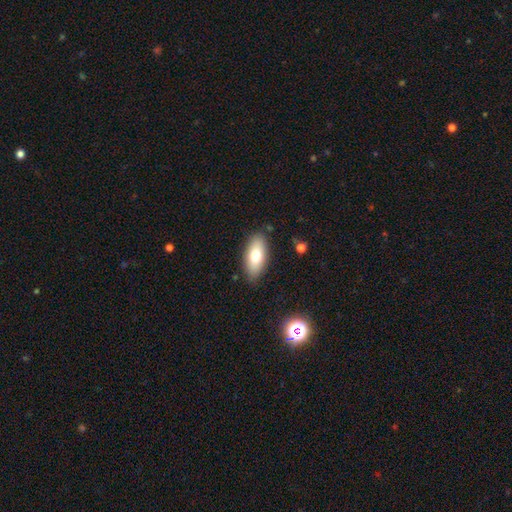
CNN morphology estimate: Smooth or featured: smooth — 74% (featured or disk — 19%)
How rounded: in between — 86% (cigar-shaped — 11%)
Merging: none — 85% (minor disturbance — 11%)